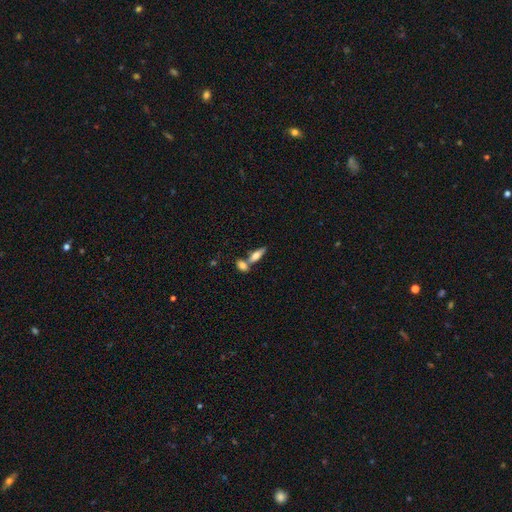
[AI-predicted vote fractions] Smooth or featured: smooth — 62% (featured or disk — 31%)
How rounded: in between — 63% (cigar-shaped — 33%)
Merging: none — 48% (merger — 39%)